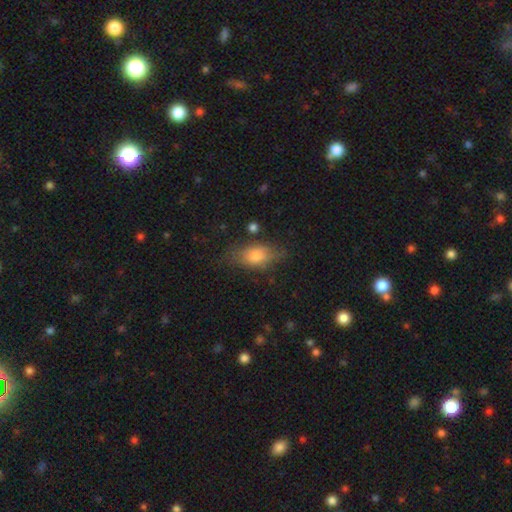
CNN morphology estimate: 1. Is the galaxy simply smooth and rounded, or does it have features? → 75% smooth, 17% featured or disk, 8% star or artifact.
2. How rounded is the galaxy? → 83% in between, 10% round, 7% cigar-shaped.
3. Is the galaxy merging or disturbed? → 67% none, 22% minor disturbance, 8% major disturbance, 3% merger.